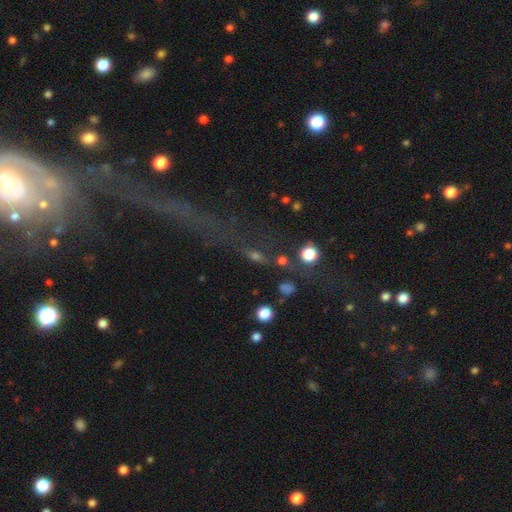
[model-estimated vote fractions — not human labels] Smooth or featured?
  - smooth: 42% *
  - star or artifact: 30%
  - featured or disk: 28%
Merging?
  - none: 47% *
  - major disturbance: 22%
  - merger: 16%
  - minor disturbance: 15%